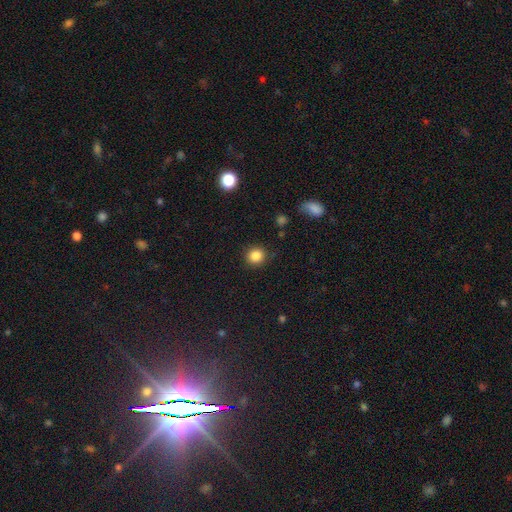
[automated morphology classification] Smooth or featured? Predicted: smooth (p=0.85). How rounded? Predicted: round (p=0.89). Merging? Predicted: none (p=0.88).